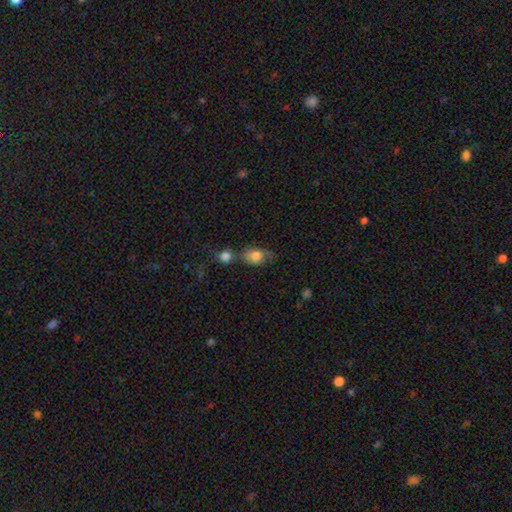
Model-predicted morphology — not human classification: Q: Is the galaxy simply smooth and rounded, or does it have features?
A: smooth — 78%.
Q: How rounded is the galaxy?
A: in between — 69%.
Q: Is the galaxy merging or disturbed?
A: none — 43%.